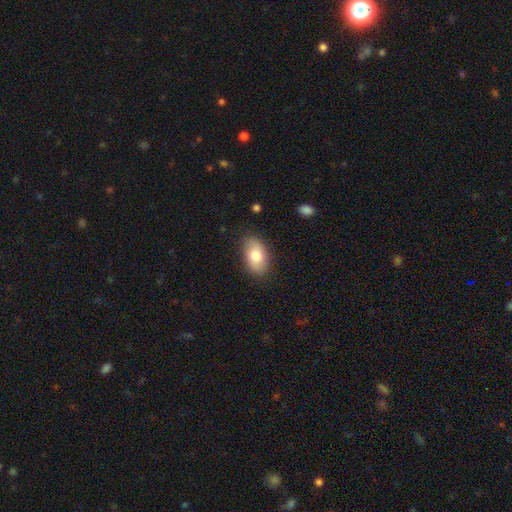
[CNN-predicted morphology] This appears to be a smooth galaxy with no disk features (77%) that is in between round and cigar-shaped (92%). Merging: none (81%).